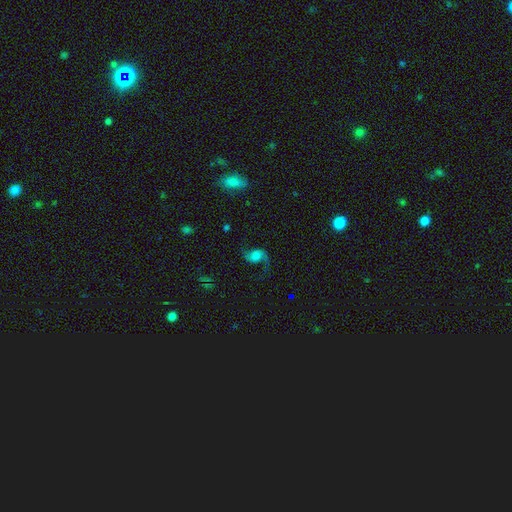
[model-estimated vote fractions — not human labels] smooth-or-featured: featured or disk: 71% | smooth: 19% | star or artifact: 10%
  disk-edge-on: no: 97% | yes: 3%
    bar: no: 66% | weak: 28% | strong: 7%
    has-spiral-arms: yes: 94% | no: 6%
      spiral-winding: loose: 77% | medium: 19% | tight: 4%
      spiral-arm-count: 2: 81% | 1: 15% | can't tell: 2% | 3: 1% | more than 4: 1% | 4: 1%
    bulge-size: none: 29% | large: 27% | moderate: 16% | small: 14% | dominant: 13%
  merging: none: 59% | major disturbance: 21% | minor disturbance: 17% | merger: 3%